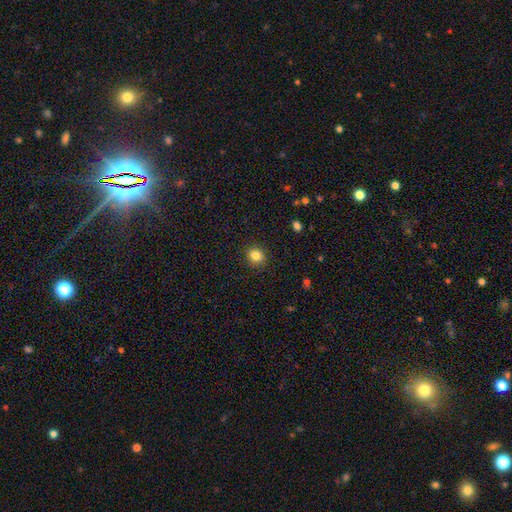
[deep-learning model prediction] Smooth or featured? smooth (84%)
How rounded? round (75%)
Merging? none (89%)